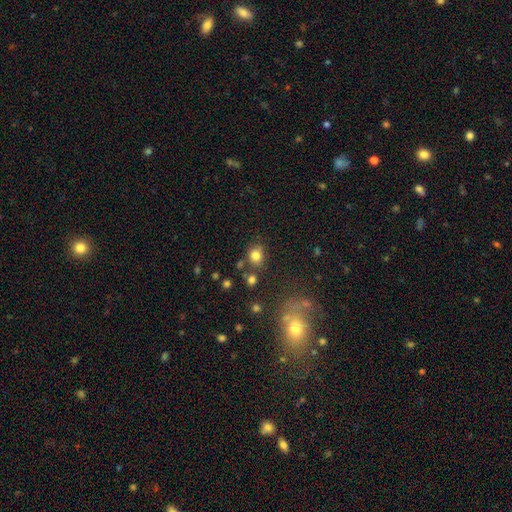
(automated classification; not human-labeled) A smooth galaxy with no disk features (80%) that is round (71%). Merging: none (71%).